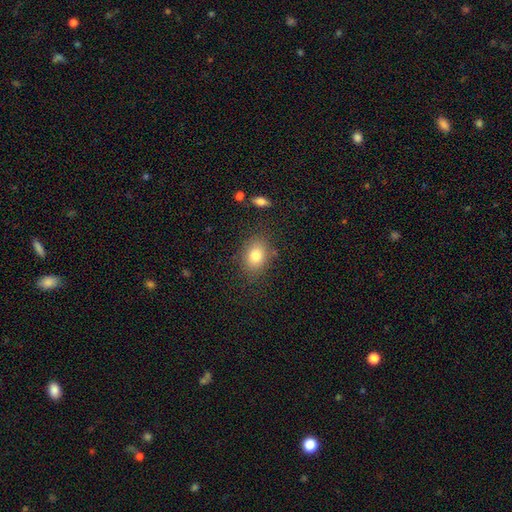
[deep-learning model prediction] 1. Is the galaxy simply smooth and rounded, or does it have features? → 81% smooth, 10% star or artifact, 9% featured or disk.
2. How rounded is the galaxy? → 61% in between, 38% round, 1% cigar-shaped.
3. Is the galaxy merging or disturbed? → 81% none, 13% minor disturbance, 4% major disturbance, 2% merger.